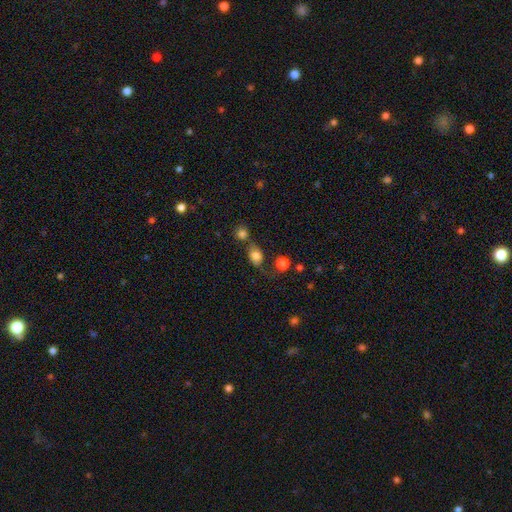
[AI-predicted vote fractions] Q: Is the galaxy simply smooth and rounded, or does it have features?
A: smooth — 78%.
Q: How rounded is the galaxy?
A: round — 50%.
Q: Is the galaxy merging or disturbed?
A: none — 50%.